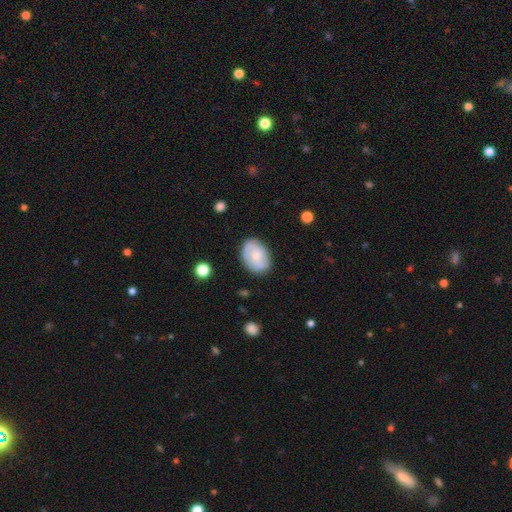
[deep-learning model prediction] Smooth or featured? Predicted: smooth (p=0.51). How rounded? Predicted: in between (p=0.76). Merging? Predicted: none (p=0.78).